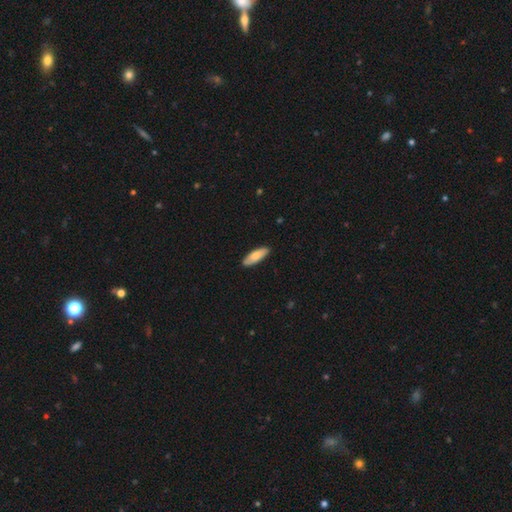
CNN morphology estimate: type=smooth (77%); roundness=in between (61%); merging=none (89%).